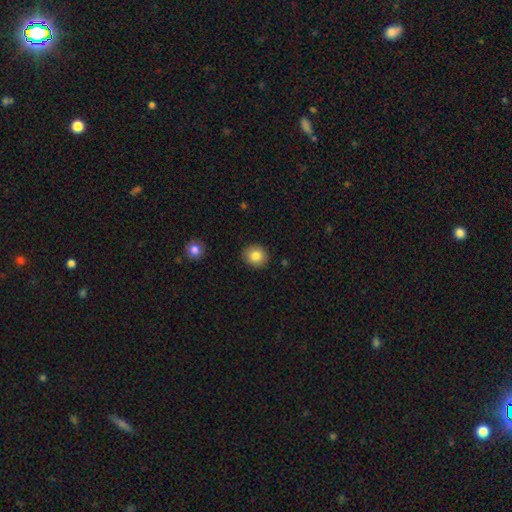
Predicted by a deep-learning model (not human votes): smooth-or-featured: smooth: 84% | star or artifact: 9% | featured or disk: 7%
  how-rounded: round: 83% | in between: 16% | cigar-shaped: 1%
  merging: none: 91% | minor disturbance: 6% | major disturbance: 2% | merger: 1%